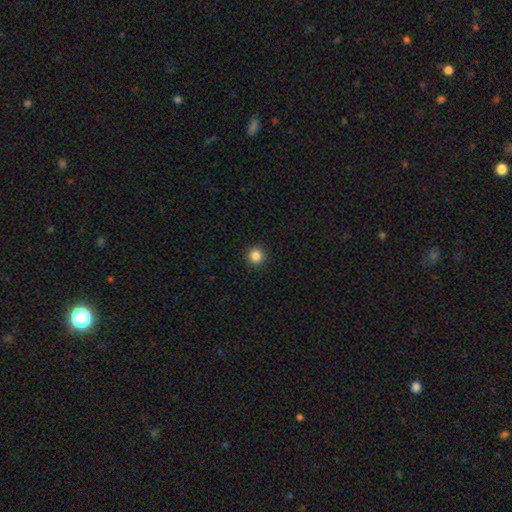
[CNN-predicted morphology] Q: Smooth or featured?
A: smooth (85%); runner-up: star or artifact (11%)
Q: How rounded?
A: round (96%); runner-up: in between (3%)
Q: Merging?
A: none (94%); runner-up: minor disturbance (4%)